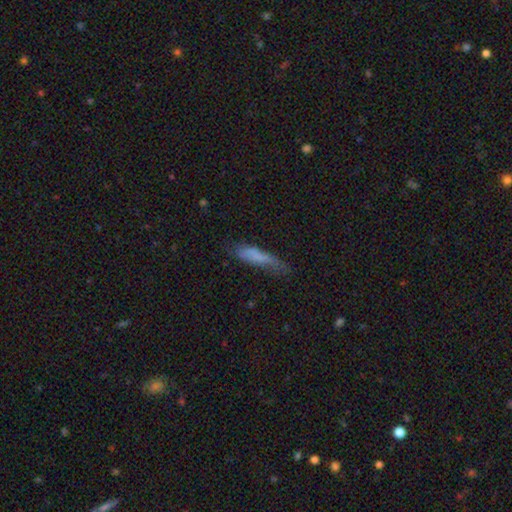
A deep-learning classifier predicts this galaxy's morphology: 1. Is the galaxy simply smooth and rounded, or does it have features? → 72% smooth, 19% featured or disk, 9% star or artifact.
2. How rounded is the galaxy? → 77% cigar-shaped, 21% in between, 2% round.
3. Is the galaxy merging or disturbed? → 46% none, 34% minor disturbance, 17% major disturbance, 3% merger.